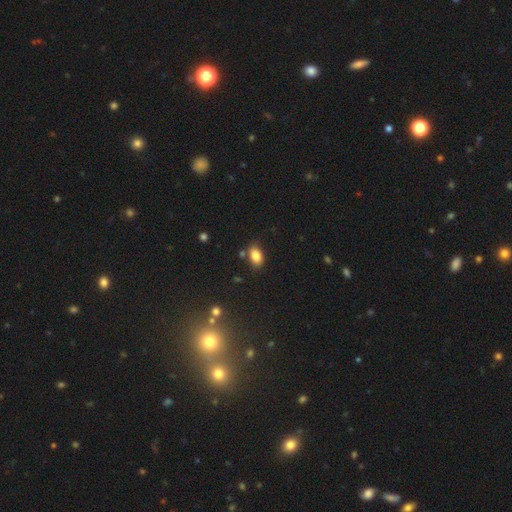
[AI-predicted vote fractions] The model was most divided on "merging": none: 77%, minor disturbance: 14%, merger: 6%, major disturbance: 3%. More confident: how rounded — in between (88%); smooth or featured — smooth (85%).